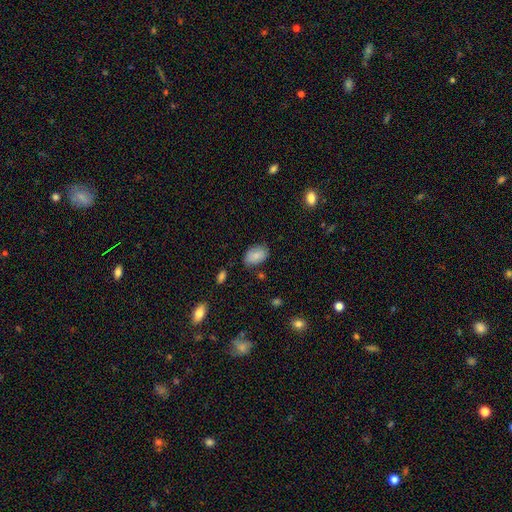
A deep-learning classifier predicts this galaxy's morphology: This is clearly a smooth galaxy (84%). How rounded: clearly in between (89%). Merging: likely none (75%).